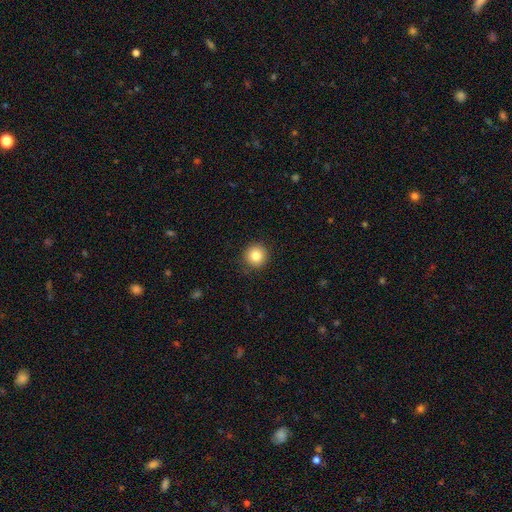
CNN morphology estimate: Smooth or featured? Predicted: smooth (p=0.84). How rounded? Predicted: round (p=0.95). Merging? Predicted: none (p=0.91).